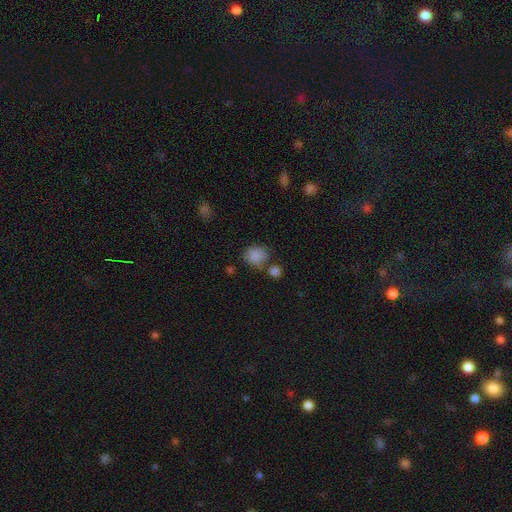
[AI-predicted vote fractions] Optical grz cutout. It shows a smooth galaxy with no disk features (85%) that is round (67%). Merging: none (60%).